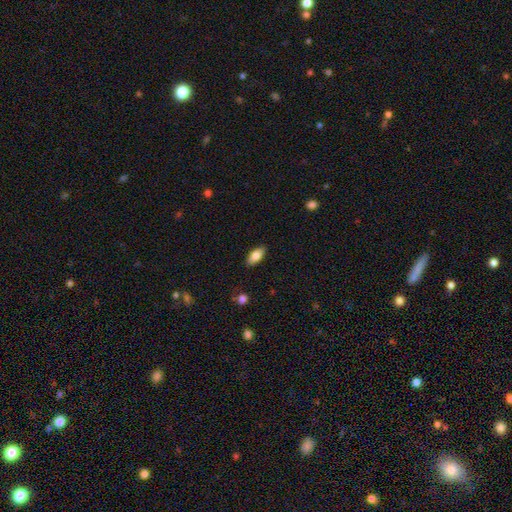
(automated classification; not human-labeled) A smooth galaxy with no disk features (78%) that is in between round and cigar-shaped (87%). Merging: none (87%).